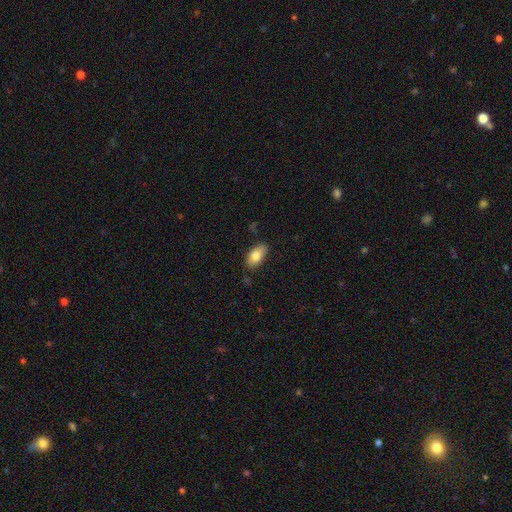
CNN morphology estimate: Smooth or featured?
  - smooth: 82% *
  - featured or disk: 11%
  - star or artifact: 7%
How rounded?
  - in between: 92% *
  - cigar-shaped: 4%
  - round: 4%
Merging?
  - none: 78% *
  - minor disturbance: 17%
  - major disturbance: 3%
  - merger: 2%